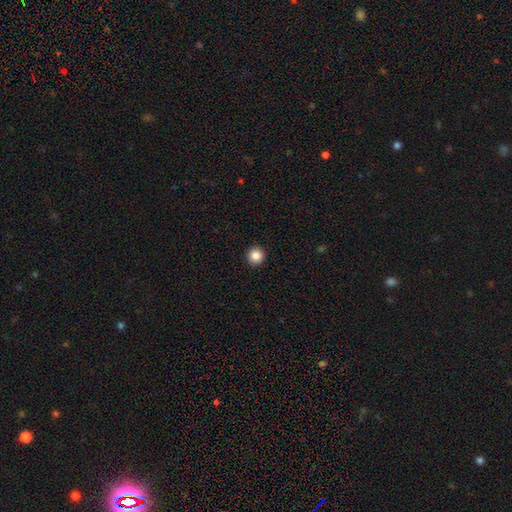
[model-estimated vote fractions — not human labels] smooth_or_featured: smooth (p=0.85) [alt: star or artifact p=0.10]
how_rounded: round (p=0.95) [alt: in between p=0.04]
merging: none (p=0.94) [alt: minor disturbance p=0.04]